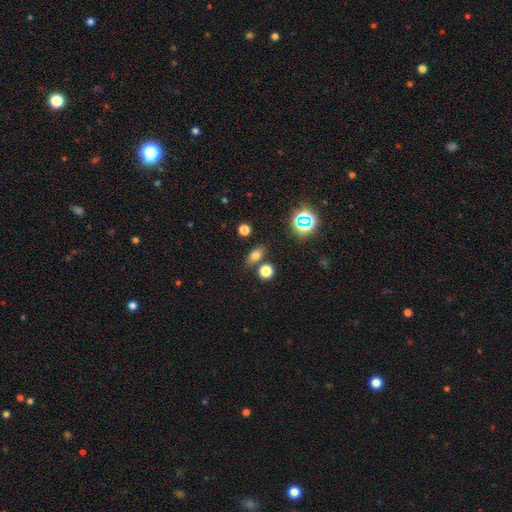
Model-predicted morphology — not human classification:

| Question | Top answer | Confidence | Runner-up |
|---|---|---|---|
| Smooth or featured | smooth | 68% | star or artifact (19%) |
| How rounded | in between | 70% | round (22%) |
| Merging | none | 77% | minor disturbance (11%) |